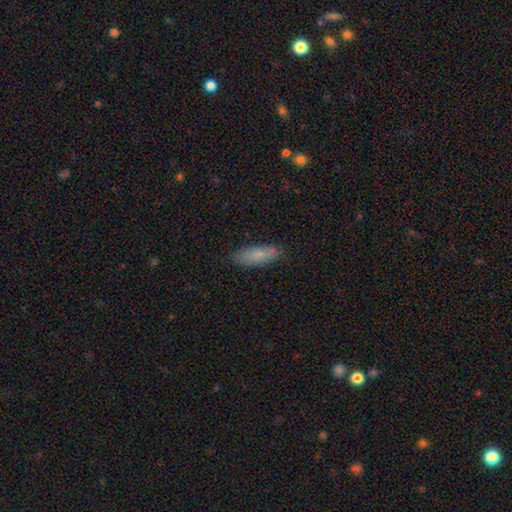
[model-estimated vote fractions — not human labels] This is clearly a smooth galaxy (82%). How rounded: possibly in between (57%). Merging: clearly none (84%).